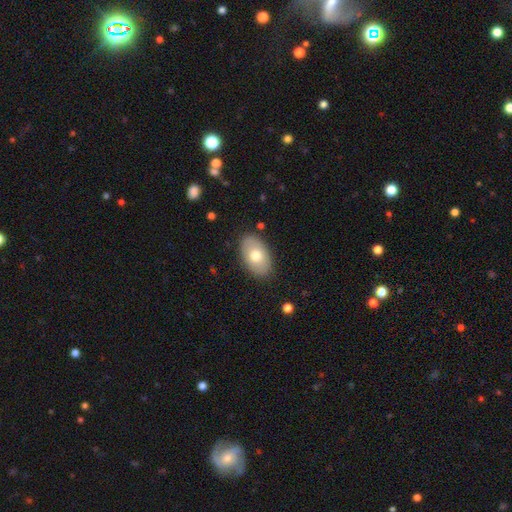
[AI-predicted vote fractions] Q: Smooth or featured?
A: smooth (69%); runner-up: featured or disk (24%)
Q: How rounded?
A: in between (91%); runner-up: round (7%)
Q: Merging?
A: none (85%); runner-up: minor disturbance (11%)